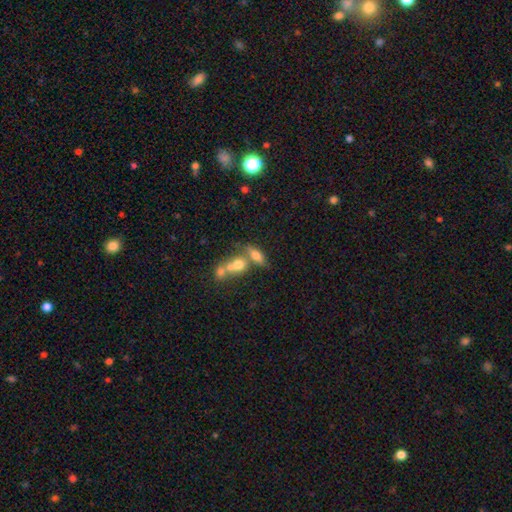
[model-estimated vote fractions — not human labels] smooth-or-featured: smooth: 64% | featured or disk: 25% | star or artifact: 11%
  how-rounded: in between: 68% | cigar-shaped: 17% | round: 15%
  merging: merger: 44% | none: 39% | minor disturbance: 11% | major disturbance: 6%